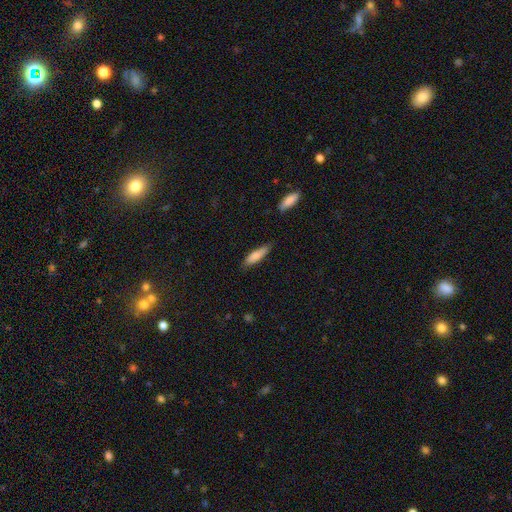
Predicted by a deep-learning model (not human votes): This appears to be a smooth galaxy with no disk features (80%) that is cigar-shaped (71%). Merging: none (76%).